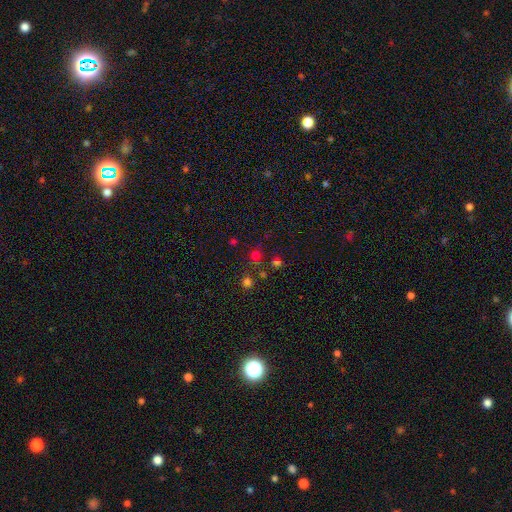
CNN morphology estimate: type=smooth (57%); roundness=round (89%); merging=none (74%).